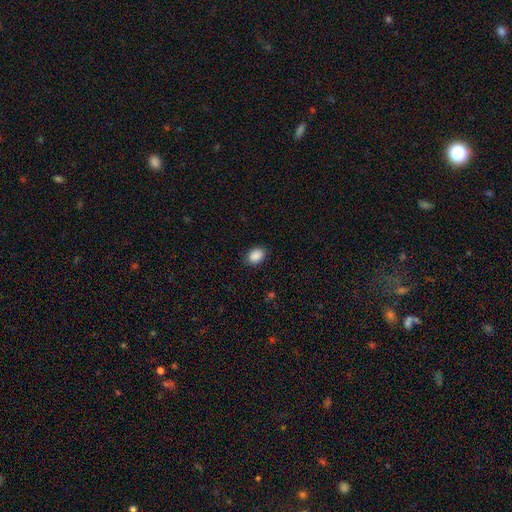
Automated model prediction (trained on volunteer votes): A smooth galaxy with no disk features (89%) that is in between round and cigar-shaped (74%).

Vote fractions:
- Smooth or featured? smooth: 89% / star or artifact: 8% / featured or disk: 3%
- How rounded? in between: 74% / round: 25% / cigar-shaped: 1%
- Merging? none: 87% / minor disturbance: 10% / major disturbance: 2% / merger: 1%